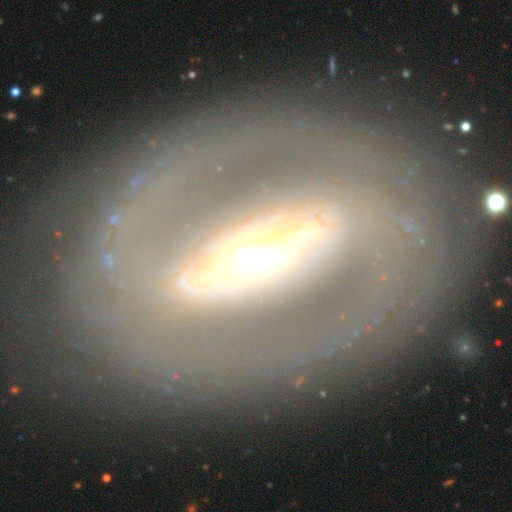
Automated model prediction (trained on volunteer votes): Morphology: type=featured or disk (84%); edge-on=no (88%); bar=strong (64%); spiral arms=yes (70%); winding=tight (49%); arm count=2 (63%); bulge=moderate (56%); merging=none (74%).